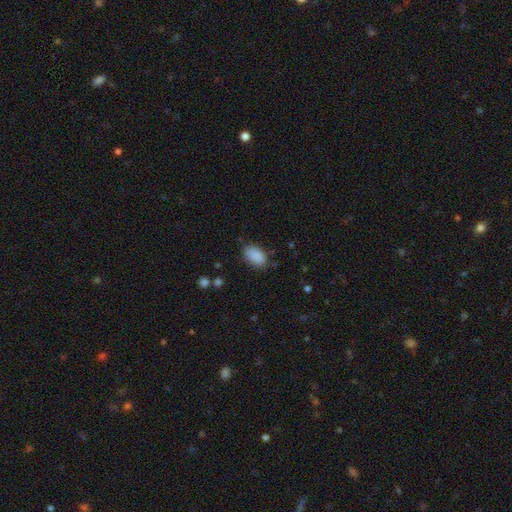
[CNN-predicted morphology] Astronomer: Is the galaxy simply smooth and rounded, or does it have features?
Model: smooth — 89%.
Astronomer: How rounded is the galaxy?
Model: in between — 93%.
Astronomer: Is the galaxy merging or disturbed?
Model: none — 80%.